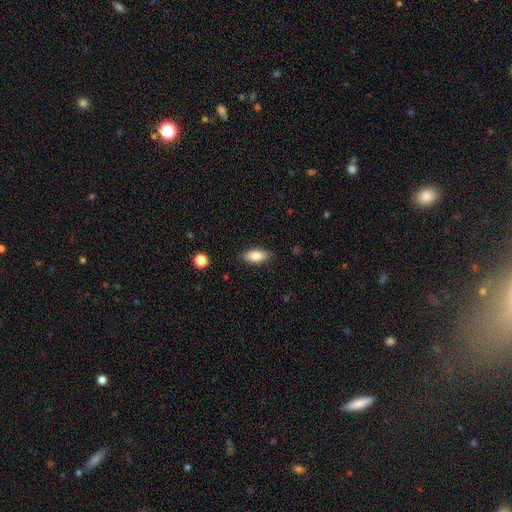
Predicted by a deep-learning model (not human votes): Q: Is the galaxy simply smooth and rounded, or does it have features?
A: smooth — 84%.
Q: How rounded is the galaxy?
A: in between — 88%.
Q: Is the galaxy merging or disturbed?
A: none — 85%.